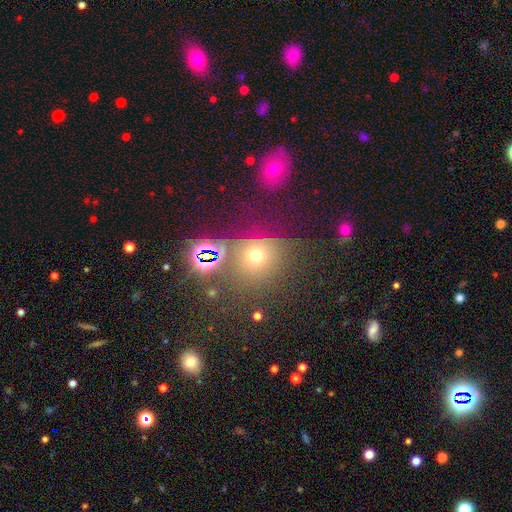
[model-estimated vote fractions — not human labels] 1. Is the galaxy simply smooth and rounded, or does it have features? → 58% smooth, 29% star or artifact, 12% featured or disk.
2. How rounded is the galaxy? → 80% round, 19% in between, 1% cigar-shaped.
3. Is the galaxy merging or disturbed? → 67% none, 14% minor disturbance, 10% merger, 9% major disturbance.